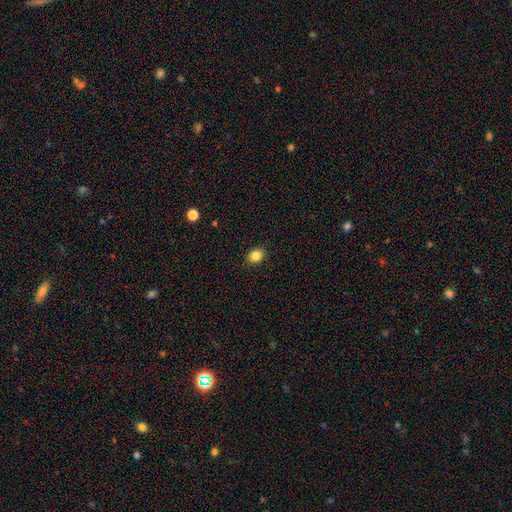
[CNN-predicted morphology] Overall: smooth (85%). How rounded: round (56%; in between 43%). Merging: none (89%).